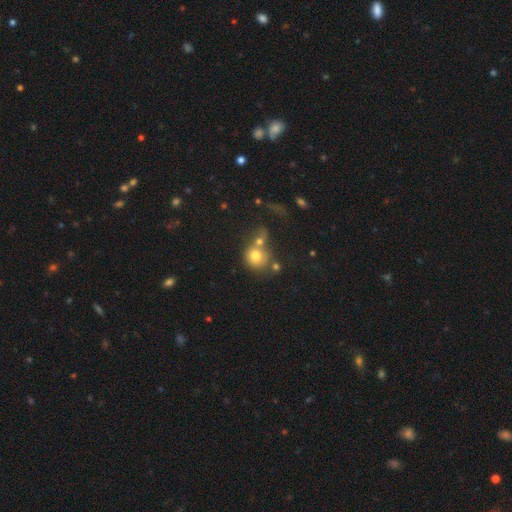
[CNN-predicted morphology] smooth_or_featured: smooth (p=0.74) [alt: featured or disk p=0.14]
how_rounded: round (p=0.81) [alt: in between p=0.18]
merging: merger (p=0.46) [alt: none p=0.37]